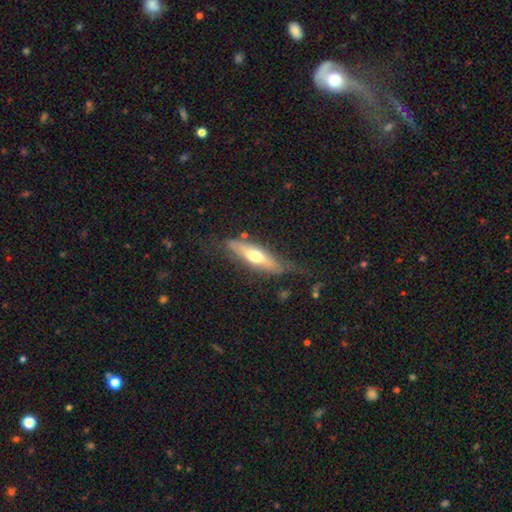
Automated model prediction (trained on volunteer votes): This appears to be a featured or disk galaxy (52%) viewed edge-on (73%). Merging: none (61%).